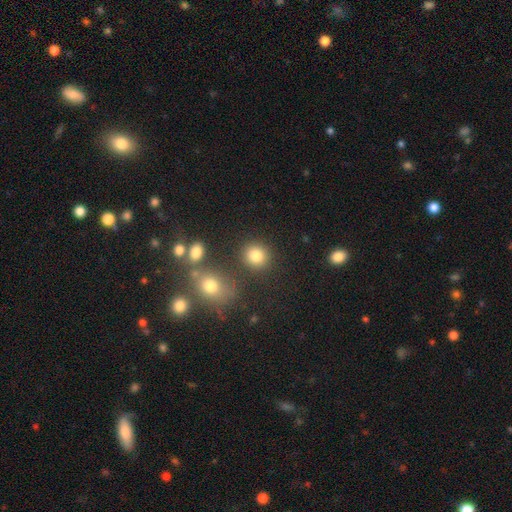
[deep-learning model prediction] smooth 82%, star or artifact 12%, featured or disk 6%. Down the decision tree: how rounded — round (84%); merging — none (83%).